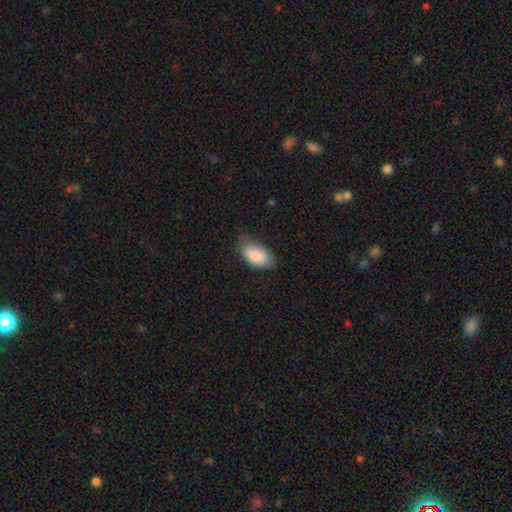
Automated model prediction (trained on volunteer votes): Smooth or featured: smooth — 85% (featured or disk — 9%)
How rounded: in between — 94% (round — 4%)
Merging: none — 60% (minor disturbance — 32%)